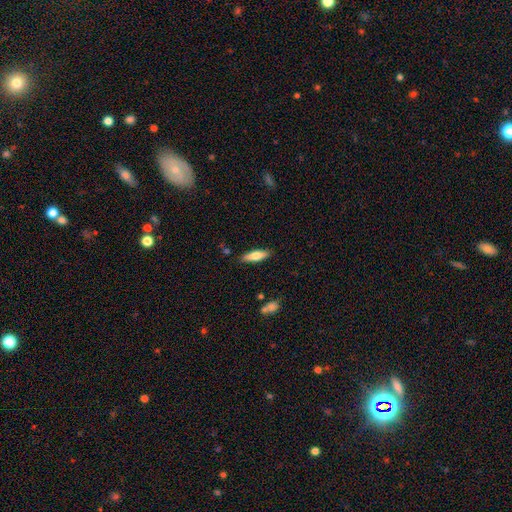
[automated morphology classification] smooth 70%, featured or disk 24%, star or artifact 6%. Down the decision tree: how rounded — cigar-shaped (56%); merging — none (86%).